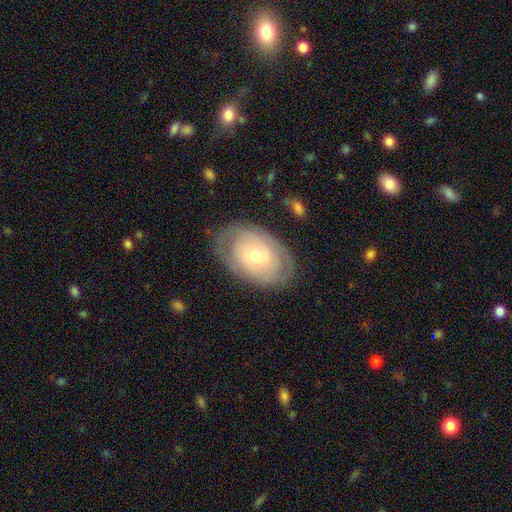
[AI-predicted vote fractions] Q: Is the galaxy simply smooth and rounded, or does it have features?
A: featured or disk — 52%.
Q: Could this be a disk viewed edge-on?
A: no — 93%.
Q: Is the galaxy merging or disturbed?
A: none — 77%.